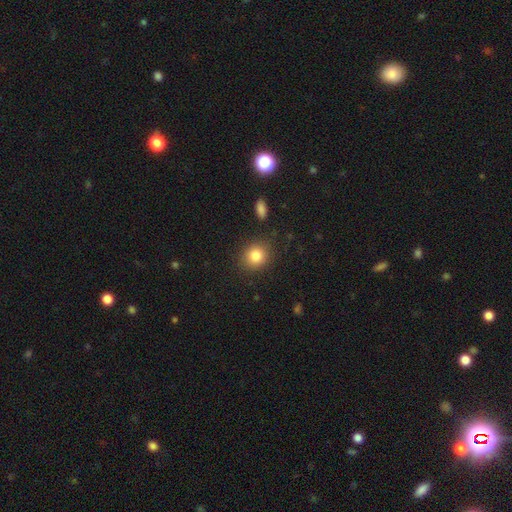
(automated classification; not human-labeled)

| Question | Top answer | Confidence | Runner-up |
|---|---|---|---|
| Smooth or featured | smooth | 84% | star or artifact (10%) |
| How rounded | round | 80% | in between (19%) |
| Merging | none | 86% | minor disturbance (9%) |